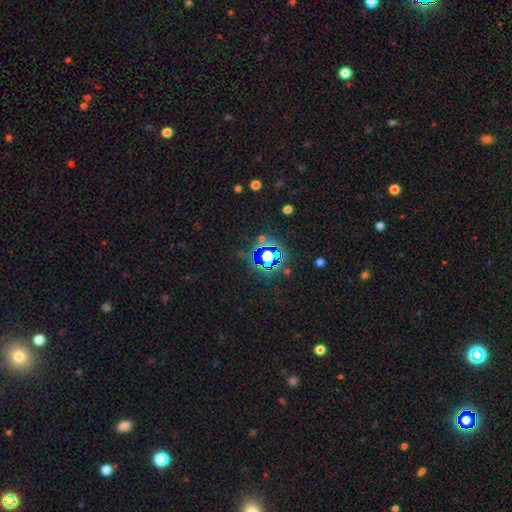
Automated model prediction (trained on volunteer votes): Q: Smooth or featured?
A: star or artifact (78%); runner-up: smooth (14%)